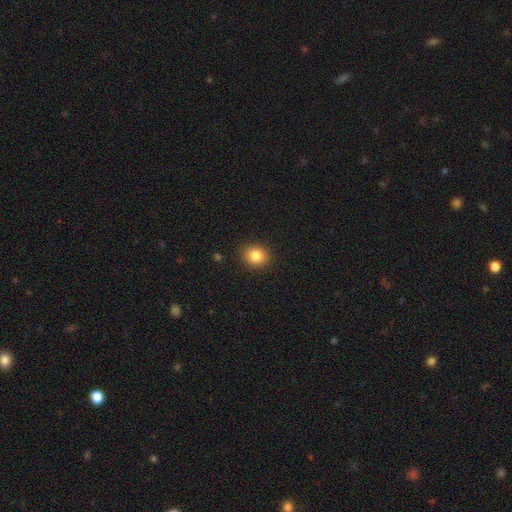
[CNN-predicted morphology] A smooth galaxy with no disk features (84%) that is round (73%). Merging: none (89%).